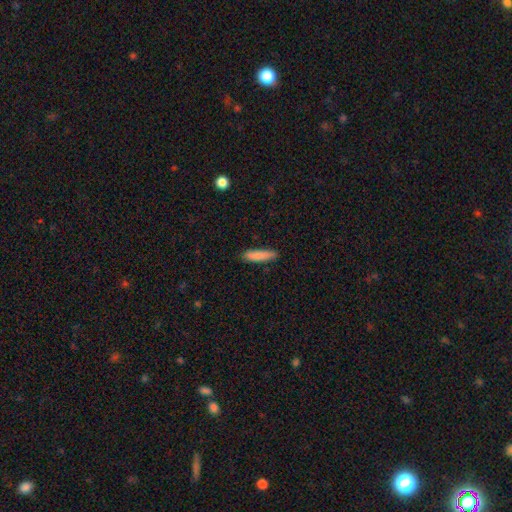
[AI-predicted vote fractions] Overall: smooth (85%). How rounded: cigar-shaped (81%). Merging: none (86%).